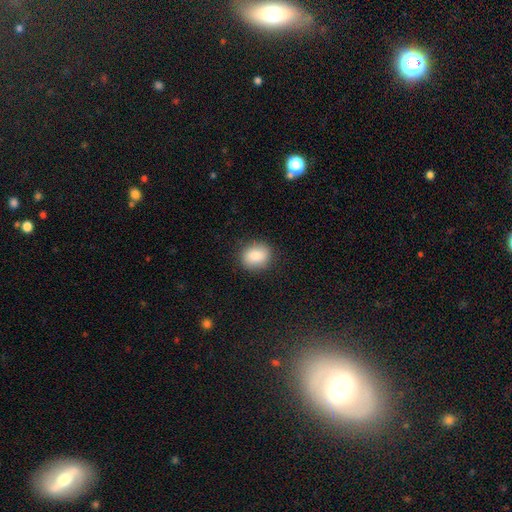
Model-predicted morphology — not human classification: Smooth or featured? Predicted: smooth (p=0.86). How rounded? Predicted: round (p=0.64). Merging? Predicted: none (p=0.87).